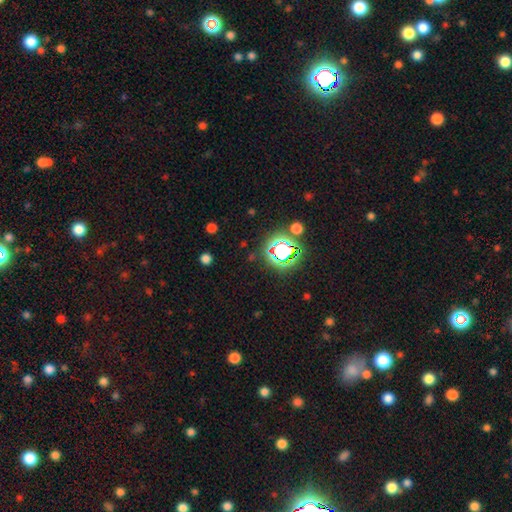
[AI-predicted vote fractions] The model was most divided on "smooth or featured": star or artifact: 76%, smooth: 16%, featured or disk: 8%.